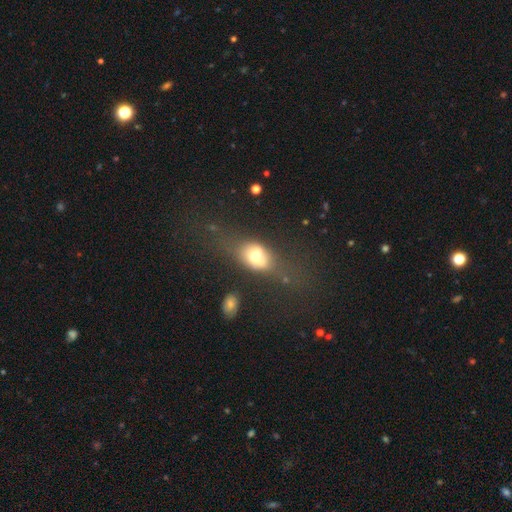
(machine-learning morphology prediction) Smooth or featured?
  - smooth: 62% *
  - featured or disk: 27%
  - star or artifact: 11%
How rounded?
  - in between: 68% *
  - round: 24%
  - cigar-shaped: 8%
Merging?
  - none: 47% *
  - major disturbance: 25%
  - minor disturbance: 21%
  - merger: 8%